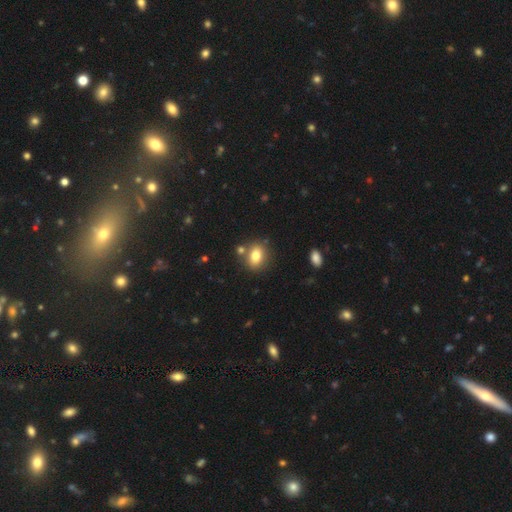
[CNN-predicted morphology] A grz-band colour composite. It shows a smooth galaxy with no disk features (79%) that is in between round and cigar-shaped (62%). Merging: none (72%).